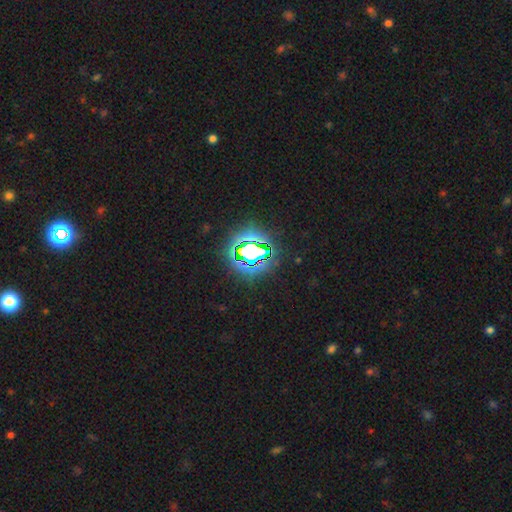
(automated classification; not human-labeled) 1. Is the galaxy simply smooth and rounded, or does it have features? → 73% star or artifact, 16% smooth, 10% featured or disk.